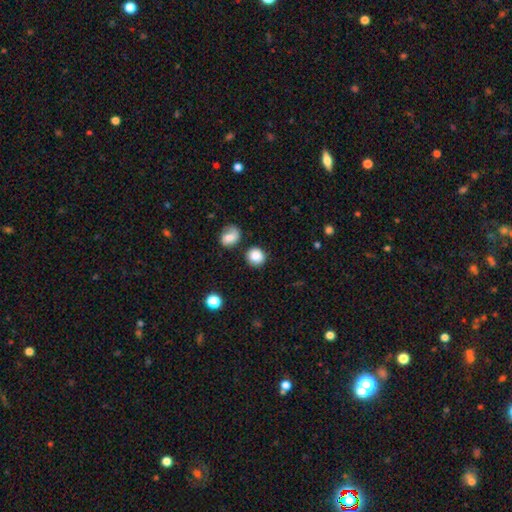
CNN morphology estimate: A smooth galaxy with no disk features (85%) that is round (87%).

Vote fractions:
- Smooth or featured? smooth: 85% / star or artifact: 9% / featured or disk: 6%
- How rounded? round: 87% / in between: 12% / cigar-shaped: 1%
- Merging? none: 80% / minor disturbance: 11% / merger: 5% / major disturbance: 3%